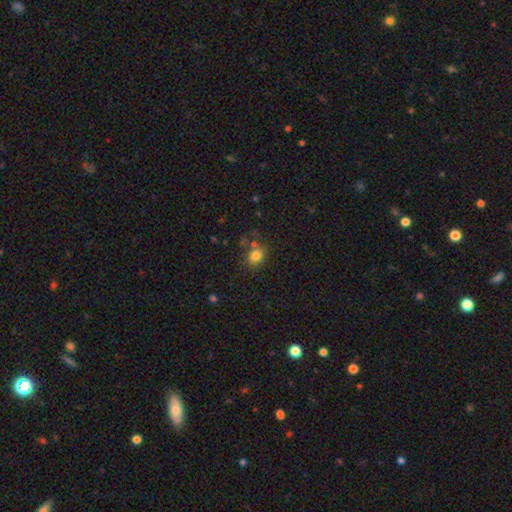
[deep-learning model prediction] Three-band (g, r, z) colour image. It shows a smooth galaxy with no disk features (79%) that is round (61%). Merging: none (59%).